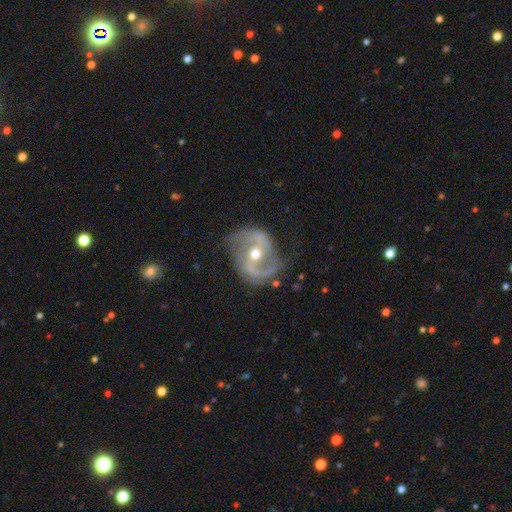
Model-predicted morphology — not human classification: This is clearly a featured or disk galaxy (88%). It is clearly not viewed edge-on (97%). Bar: marginally weak (39%). Spiral arm pattern: clearly yes (95%). Spiral arm count: clearly 2 (89%). Spiral winding: possibly medium (48%). Central bulge: likely moderate (72%). Merging: likely none (73%).